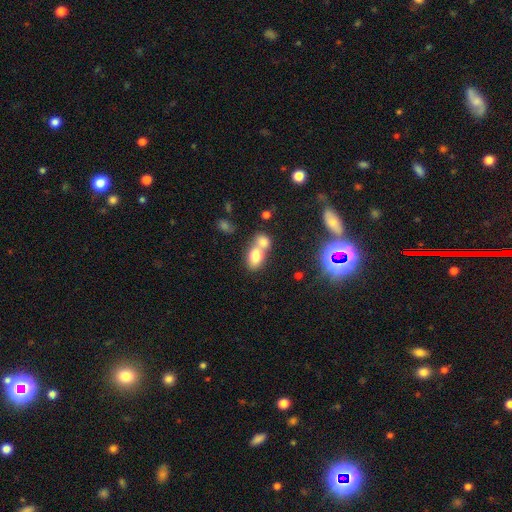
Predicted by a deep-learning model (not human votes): Smooth or featured?
  - smooth: 77% *
  - featured or disk: 12%
  - star or artifact: 10%
How rounded?
  - in between: 77% *
  - round: 21%
  - cigar-shaped: 2%
Merging?
  - merger: 63% *
  - none: 26%
  - minor disturbance: 7%
  - major disturbance: 3%